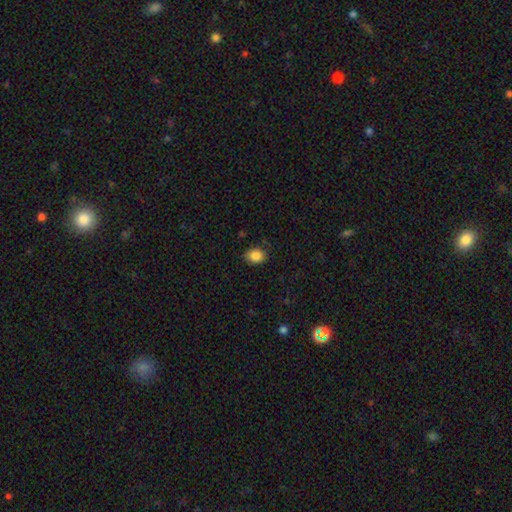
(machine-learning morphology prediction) The model was most divided on "how rounded": round: 52%, in between: 47%, cigar-shaped: 1%. More confident: smooth or featured — smooth (86%); merging — none (79%).